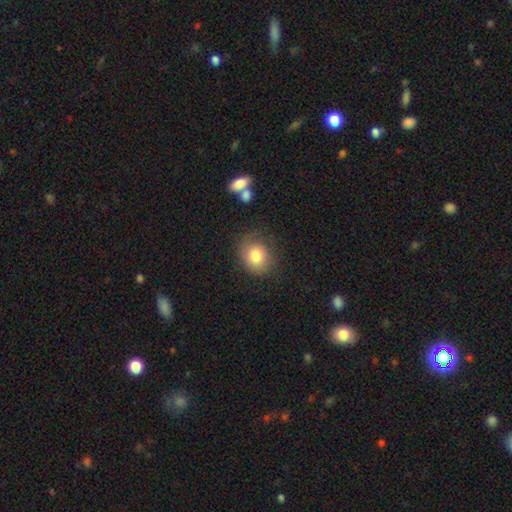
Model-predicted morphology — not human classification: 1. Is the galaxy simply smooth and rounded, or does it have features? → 81% smooth, 10% featured or disk, 9% star or artifact.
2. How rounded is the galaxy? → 70% round, 29% in between, 1% cigar-shaped.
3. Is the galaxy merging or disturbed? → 72% none, 18% minor disturbance, 7% major disturbance, 3% merger.